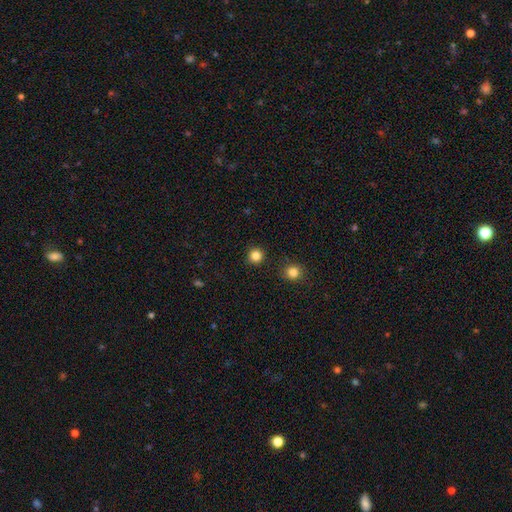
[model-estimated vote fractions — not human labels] Smooth or featured?
  - smooth: 84% *
  - star or artifact: 13%
  - featured or disk: 4%
How rounded?
  - round: 95% *
  - in between: 4%
  - cigar-shaped: 1%
Merging?
  - none: 92% *
  - minor disturbance: 5%
  - merger: 2%
  - major disturbance: 2%